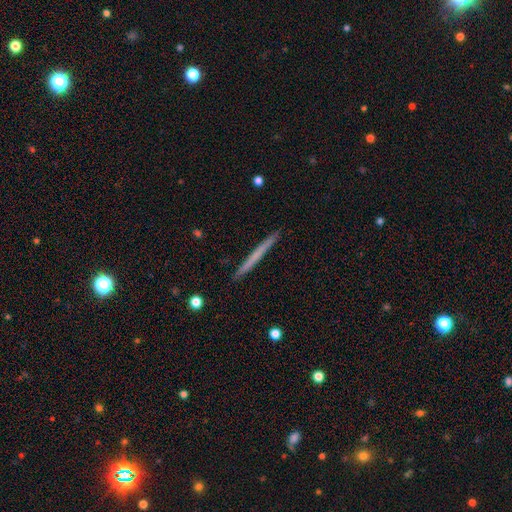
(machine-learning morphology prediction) The model was most divided on "smooth or featured": smooth: 54%, featured or disk: 41%, star or artifact: 5%. More confident: how rounded — cigar-shaped (97%); merging — none (92%).